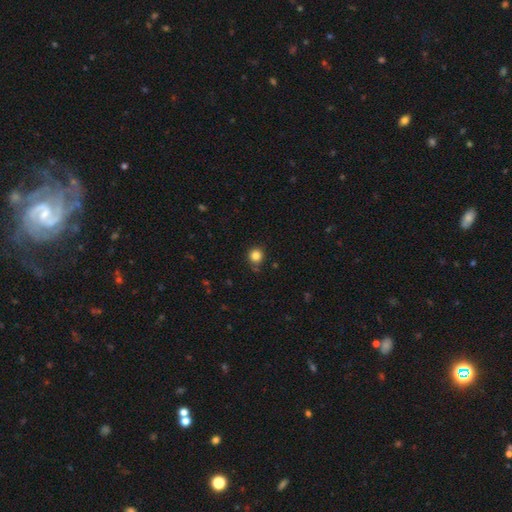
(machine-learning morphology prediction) The model was most divided on "merging": none: 82%, minor disturbance: 12%, major disturbance: 3%, merger: 3%. More confident: how rounded — round (91%); smooth or featured — smooth (83%).